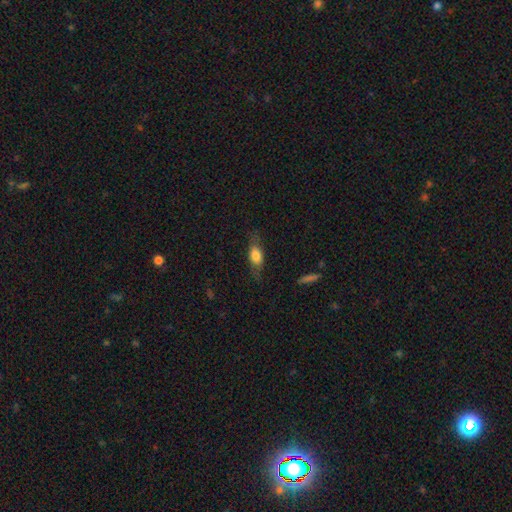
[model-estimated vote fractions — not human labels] This is likely a smooth galaxy (71%). How rounded: likely in between (74%). Merging: likely none (70%).